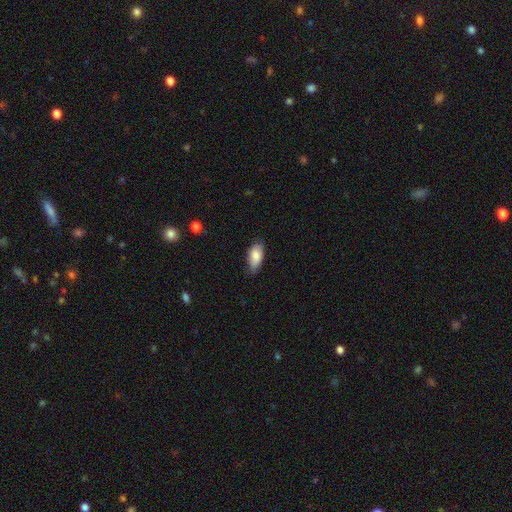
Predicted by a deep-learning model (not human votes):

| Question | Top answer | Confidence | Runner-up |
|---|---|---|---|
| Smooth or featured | smooth | 84% | featured or disk (10%) |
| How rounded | in between | 90% | cigar-shaped (7%) |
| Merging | none | 70% | minor disturbance (25%) |